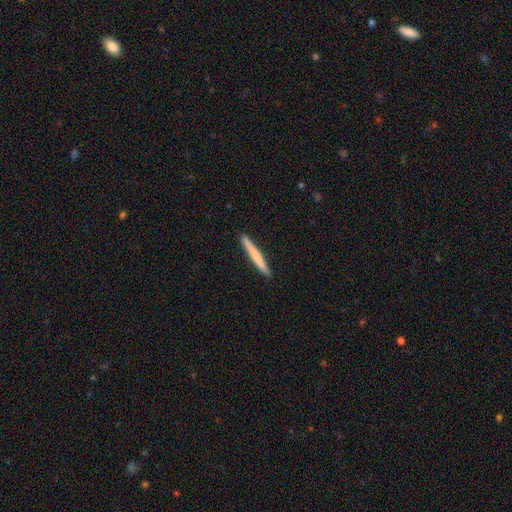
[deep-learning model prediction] smooth_or_featured: smooth (p=0.63) [alt: featured or disk p=0.32]
how_rounded: cigar-shaped (p=0.97) [alt: in between p=0.02]
merging: none (p=0.92) [alt: minor disturbance p=0.06]